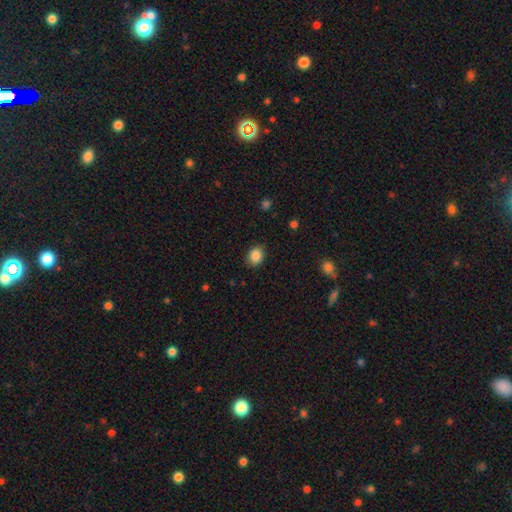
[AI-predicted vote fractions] Smooth or featured? smooth (86%)
How rounded? round (50%)
Merging? none (86%)